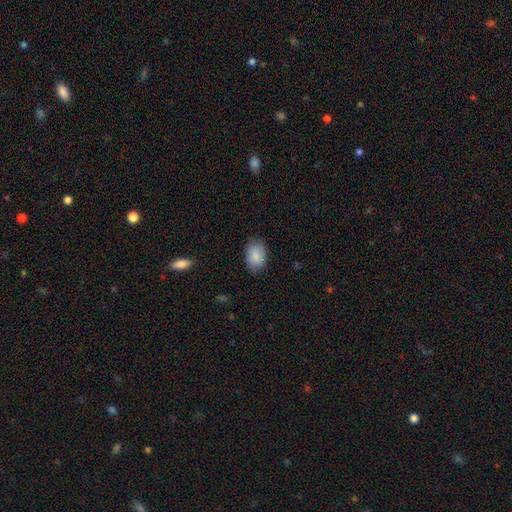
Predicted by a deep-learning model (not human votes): Morphology: type=smooth (88%); roundness=in between (78%); merging=none (78%).